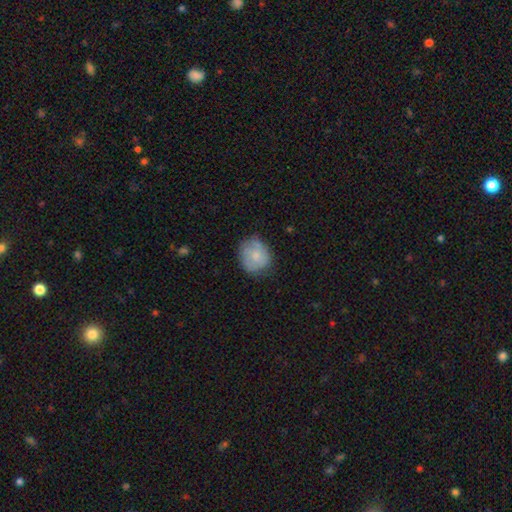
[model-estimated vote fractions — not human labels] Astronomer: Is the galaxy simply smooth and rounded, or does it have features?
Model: smooth — 67%.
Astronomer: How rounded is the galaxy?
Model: round — 78%.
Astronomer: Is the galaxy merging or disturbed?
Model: none — 67%.